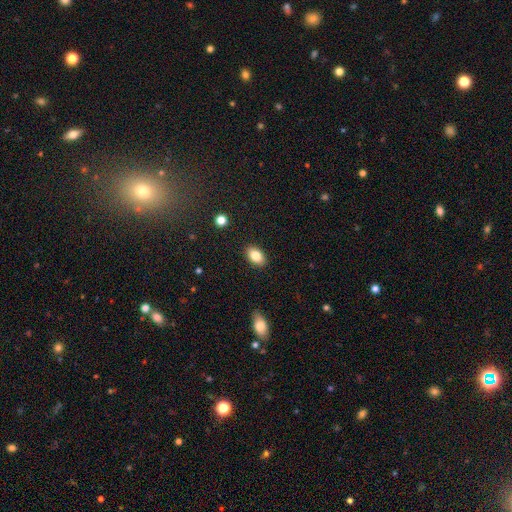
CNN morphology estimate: The model was most divided on "smooth or featured": smooth: 83%, featured or disk: 9%, star or artifact: 8%. More confident: how rounded — in between (90%); merging — none (89%).